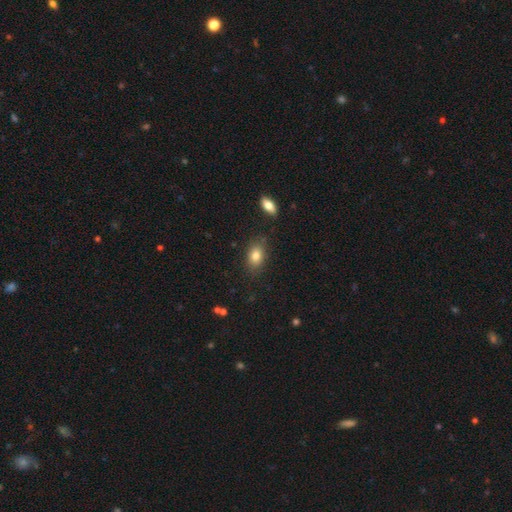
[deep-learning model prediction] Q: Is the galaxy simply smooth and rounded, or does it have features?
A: smooth — 82%.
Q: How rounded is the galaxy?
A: in between — 80%.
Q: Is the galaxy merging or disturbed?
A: none — 78%.